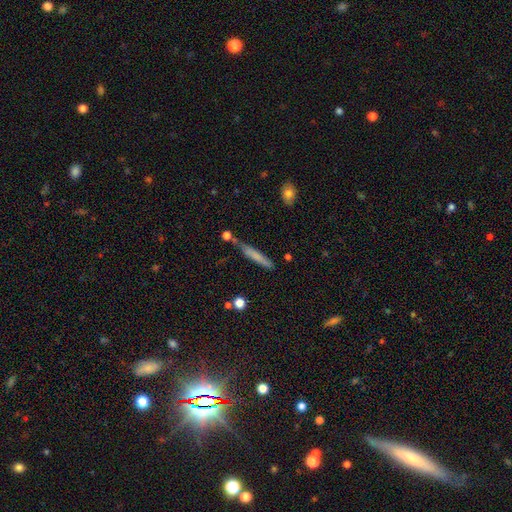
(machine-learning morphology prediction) Smooth or featured? smooth (62%)
How rounded? cigar-shaped (93%)
Merging? none (66%)